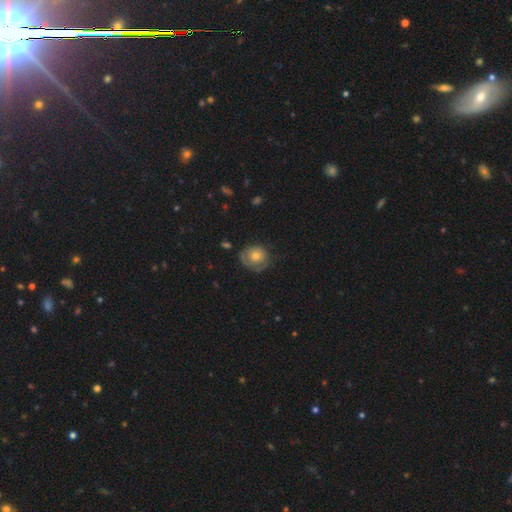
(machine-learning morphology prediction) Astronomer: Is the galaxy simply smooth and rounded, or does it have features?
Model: smooth — 53% (runner-up: featured or disk, 39%).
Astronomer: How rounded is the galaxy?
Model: round — 78%.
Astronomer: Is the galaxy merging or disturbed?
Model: none — 60%.